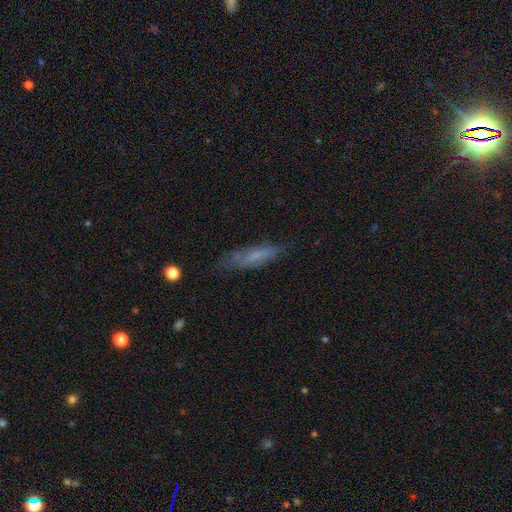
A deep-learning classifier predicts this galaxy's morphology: Overall: smooth (57%; featured or disk 33%). How rounded: cigar-shaped (72%). Merging: none (67%).